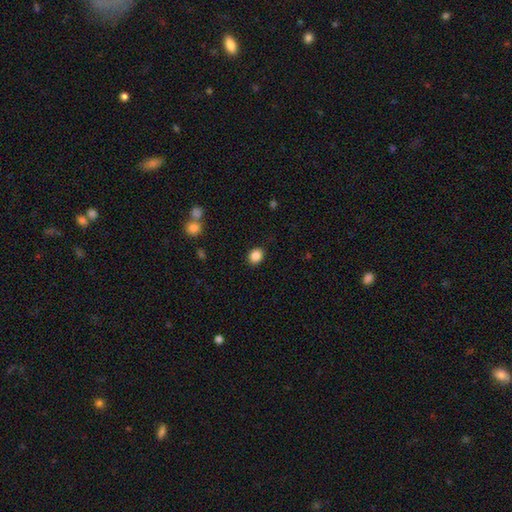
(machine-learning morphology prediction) Overall: smooth (87%). How rounded: round (56%; in between 43%). Merging: none (89%).